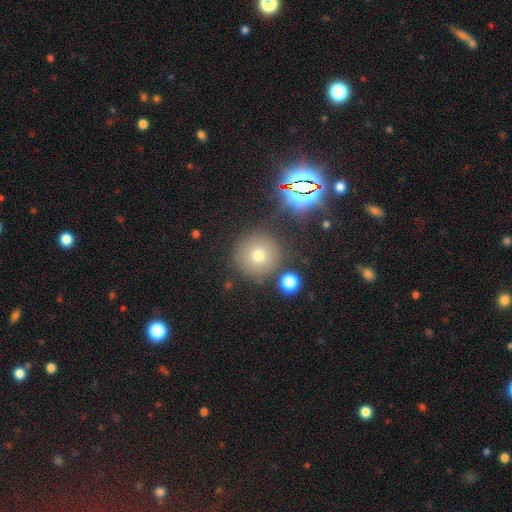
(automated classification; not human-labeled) smooth_or_featured: smooth (p=0.58) [alt: star or artifact p=0.28]
how_rounded: round (p=0.95) [alt: in between p=0.04]
merging: none (p=0.84) [alt: minor disturbance p=0.08]